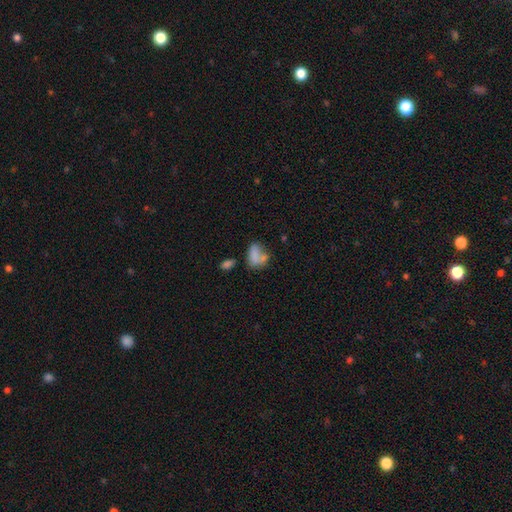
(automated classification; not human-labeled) Smooth or featured: smooth — 74% (featured or disk — 15%)
How rounded: in between — 81% (round — 17%)
Merging: none — 34% (merger — 30%)